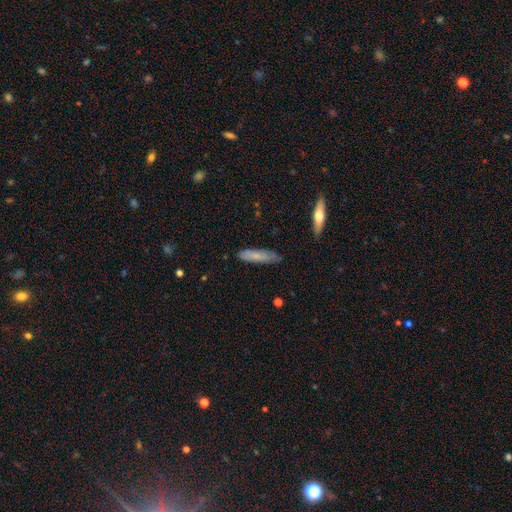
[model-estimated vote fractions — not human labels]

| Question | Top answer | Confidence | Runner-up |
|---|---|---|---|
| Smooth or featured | smooth | 71% | featured or disk (23%) |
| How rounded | cigar-shaped | 76% | in between (22%) |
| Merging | none | 76% | minor disturbance (19%) |